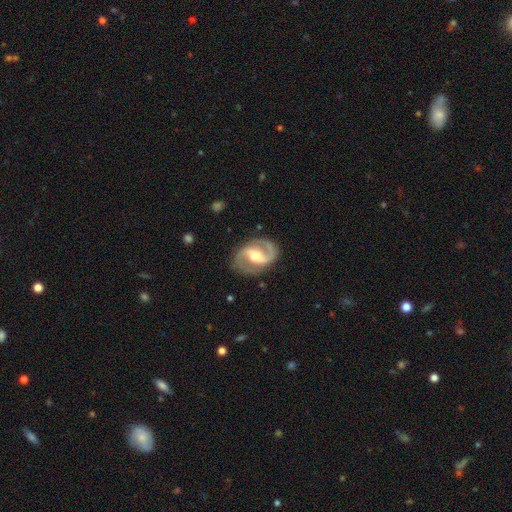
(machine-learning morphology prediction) This appears to be a featured or disk galaxy (88%) with a weak bar (42%, tied with strong), 2 (93%) medium (58%) spiral arms (95%) and a moderate central bulge (69%). Merging: none (85%).